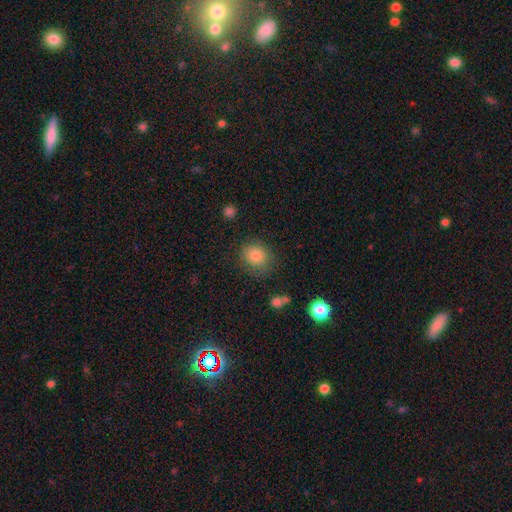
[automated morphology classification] Smooth or featured: smooth — 83% (star or artifact — 10%)
How rounded: round — 78% (in between — 21%)
Merging: none — 79% (minor disturbance — 14%)